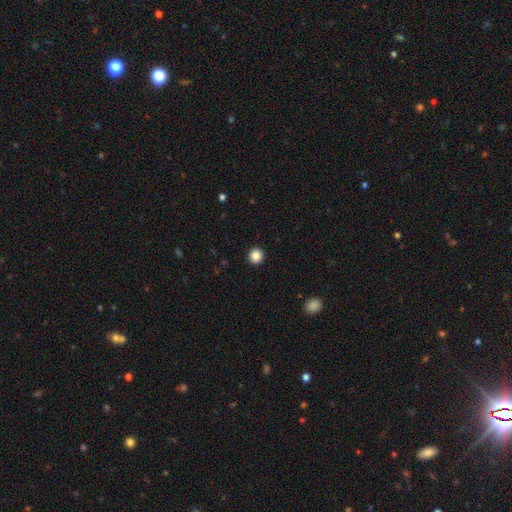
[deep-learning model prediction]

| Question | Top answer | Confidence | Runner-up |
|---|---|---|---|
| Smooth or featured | smooth | 87% | star or artifact (10%) |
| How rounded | round | 91% | in between (8%) |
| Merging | none | 93% | minor disturbance (5%) |